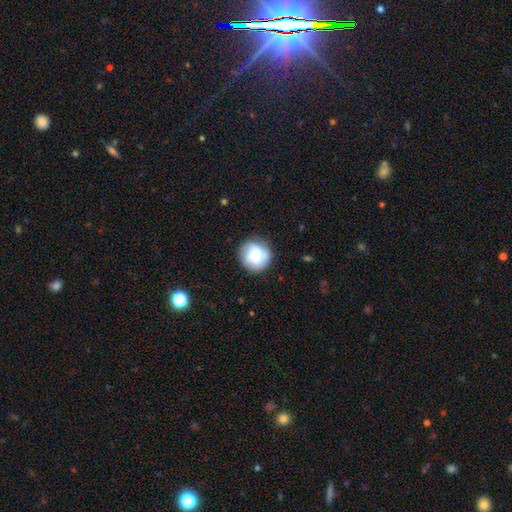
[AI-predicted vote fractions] Overall: smooth (69%). How rounded: round (93%). Merging: none (82%).